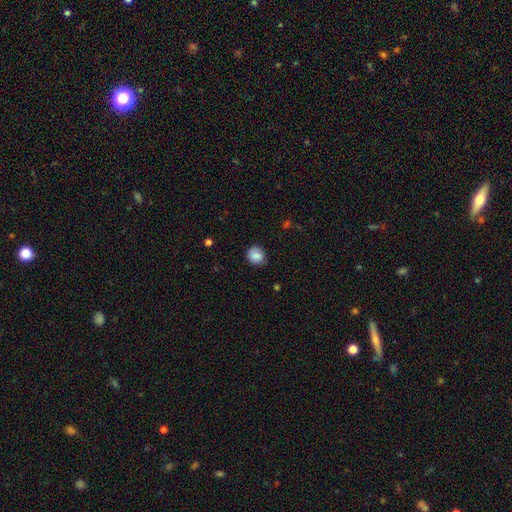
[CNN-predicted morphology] Smooth or featured? Predicted: smooth (p=0.84). How rounded? Predicted: round (p=0.79). Merging? Predicted: none (p=0.76).